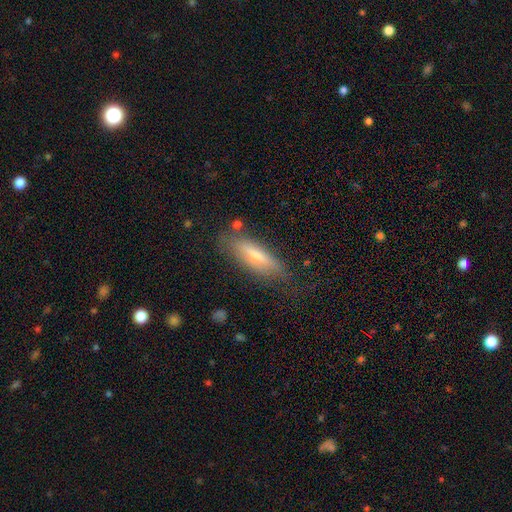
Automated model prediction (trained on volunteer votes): smooth 56%, featured or disk 36%, star or artifact 7%. Down the decision tree: how rounded — cigar-shaped (59%); merging — none (72%).